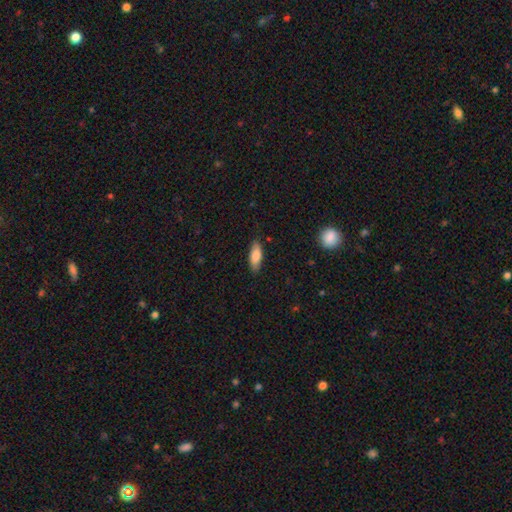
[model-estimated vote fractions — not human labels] Smooth or featured? smooth (79%)
How rounded? in between (65%)
Merging? none (83%)